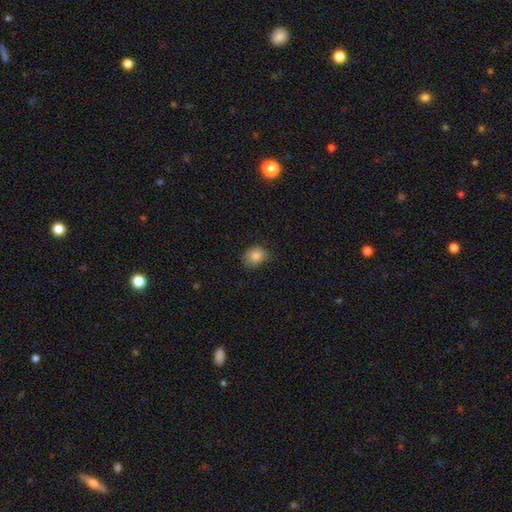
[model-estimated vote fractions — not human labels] Smooth or featured?
  - smooth: 84% *
  - star or artifact: 10%
  - featured or disk: 6%
How rounded?
  - in between: 52% *
  - round: 47%
  - cigar-shaped: 1%
Merging?
  - none: 68% *
  - minor disturbance: 25%
  - major disturbance: 5%
  - merger: 1%